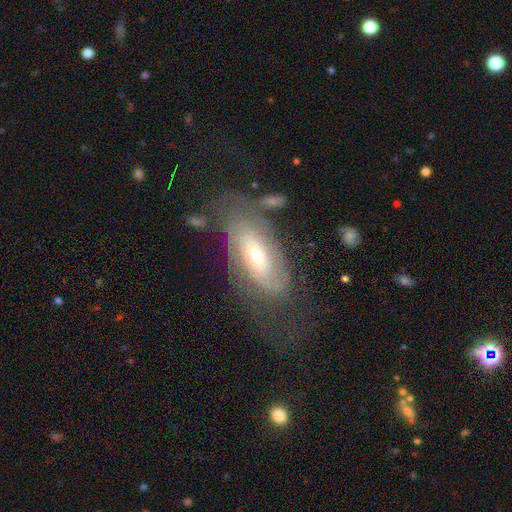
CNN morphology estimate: Smooth or featured?
  - featured or disk: 65% *
  - smooth: 28%
  - star or artifact: 8%
Edge-on disk?
  - no: 90% *
  - yes: 10%
Bar?
  - no: 70% *
  - weak: 22%
  - strong: 8%
Spiral arms?
  - yes: 72% *
  - no: 28%
Bulge size?
  - moderate: 52% *
  - small: 42%
  - large: 4%
  - dominant: 1%
  - none: 1%
Merging?
  - none: 51% *
  - minor disturbance: 22%
  - major disturbance: 20%
  - merger: 7%